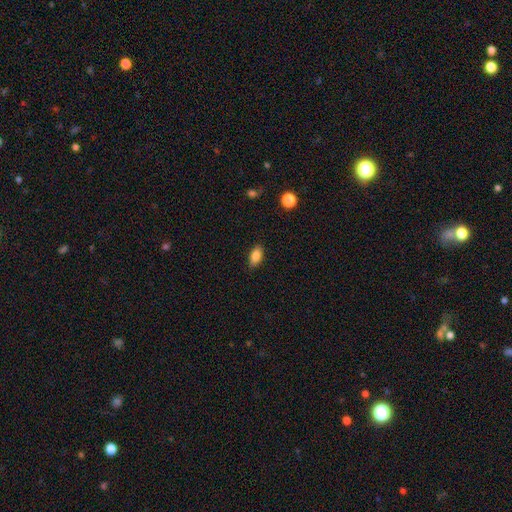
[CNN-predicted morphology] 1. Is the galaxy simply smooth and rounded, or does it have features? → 85% smooth, 8% star or artifact, 7% featured or disk.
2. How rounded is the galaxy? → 89% in between, 7% cigar-shaped, 4% round.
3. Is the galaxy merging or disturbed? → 86% none, 10% minor disturbance, 2% major disturbance, 1% merger.